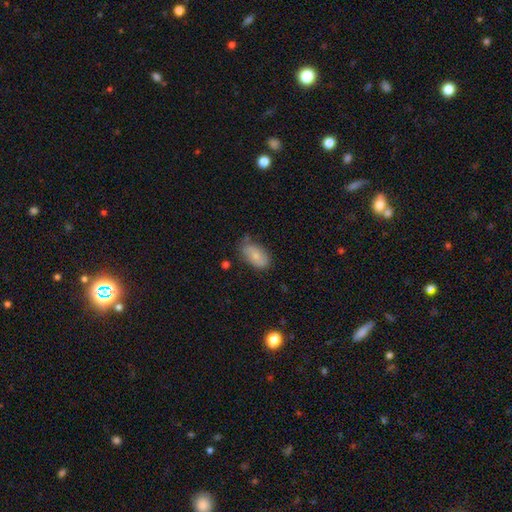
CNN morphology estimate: type=smooth (77%); roundness=in between (93%); merging=none (65%).